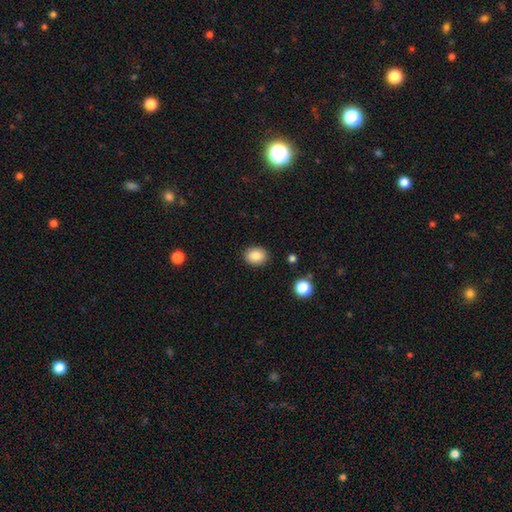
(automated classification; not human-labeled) This appears to be a smooth galaxy with no disk features (86%) that is in between round and cigar-shaped (56%). Merging: none (89%).